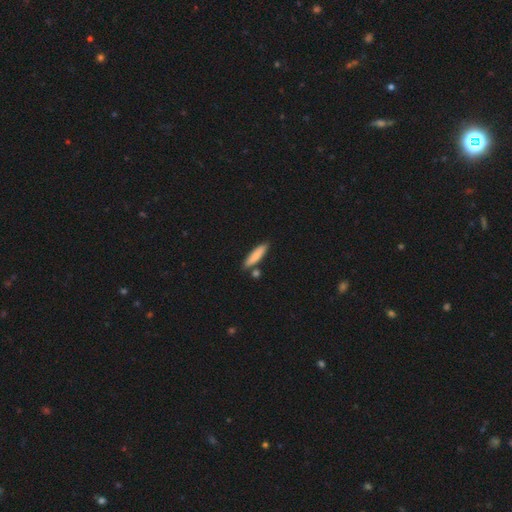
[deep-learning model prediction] Smooth or featured? smooth (83%)
How rounded? cigar-shaped (78%)
Merging? none (79%)